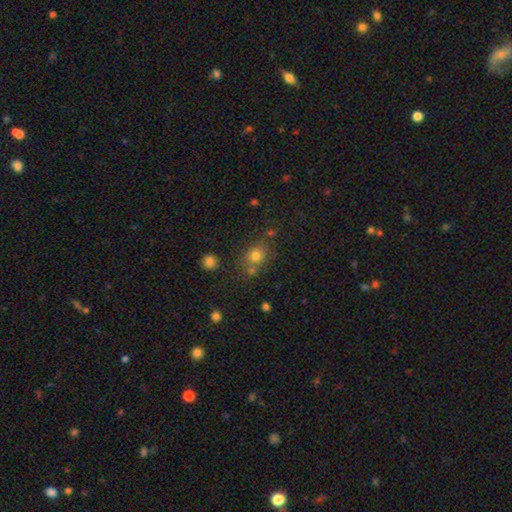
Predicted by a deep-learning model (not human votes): Smooth or featured: smooth — 75% (star or artifact — 16%)
How rounded: round — 66% (in between — 33%)
Merging: none — 67% (minor disturbance — 14%)